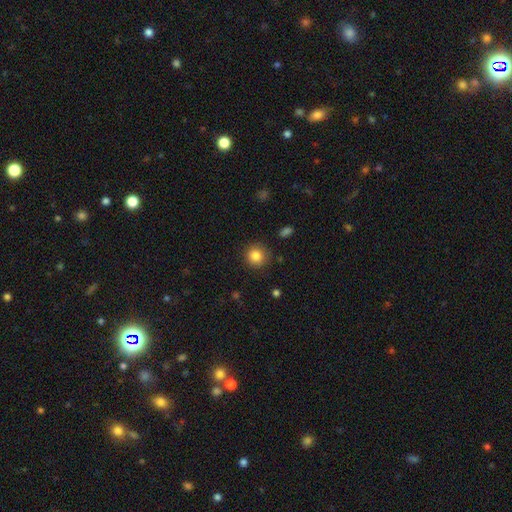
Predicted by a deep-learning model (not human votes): A smooth galaxy with no disk features (84%) that is round (93%).

Vote fractions:
- Smooth or featured? smooth: 84% / star or artifact: 10% / featured or disk: 6%
- How rounded? round: 93% / in between: 6% / cigar-shaped: 1%
- Merging? none: 88% / minor disturbance: 8% / major disturbance: 3% / merger: 1%